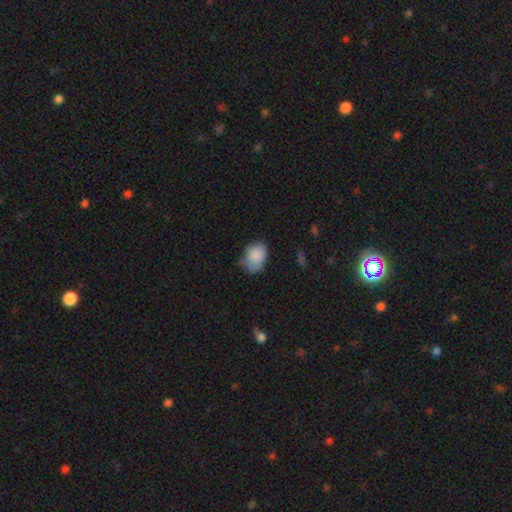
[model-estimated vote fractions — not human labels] Smooth or featured? Predicted: smooth (p=0.85). How rounded? Predicted: in between (p=0.74). Merging? Predicted: none (p=0.52).